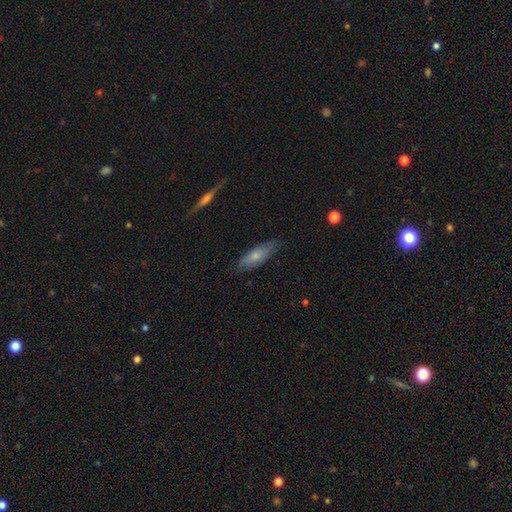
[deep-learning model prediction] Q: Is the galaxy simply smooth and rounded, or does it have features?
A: smooth — 64%.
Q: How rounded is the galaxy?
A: in between — 51%.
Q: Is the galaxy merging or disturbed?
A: none — 80%.